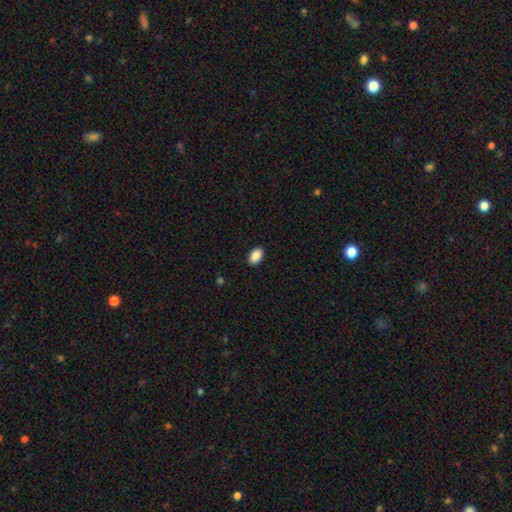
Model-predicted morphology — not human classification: Smooth or featured? Predicted: smooth (p=0.90). How rounded? Predicted: in between (p=0.91). Merging? Predicted: none (p=0.90).